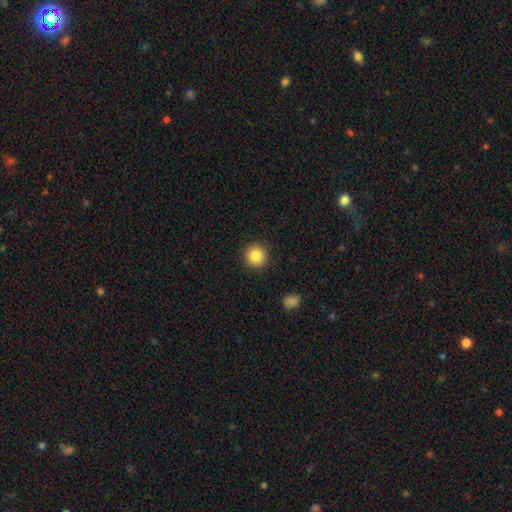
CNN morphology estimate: The model was most divided on "smooth or featured": smooth: 86%, star or artifact: 9%, featured or disk: 5%. More confident: how rounded — round (94%); merging — none (91%).